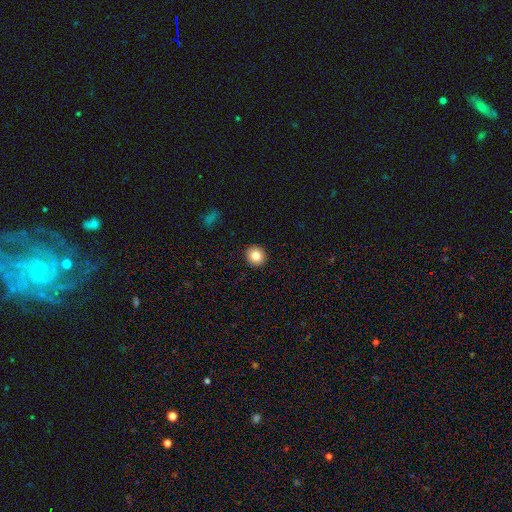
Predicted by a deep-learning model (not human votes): Smooth or featured? Predicted: smooth (p=0.84). How rounded? Predicted: round (p=0.90). Merging? Predicted: none (p=0.93).